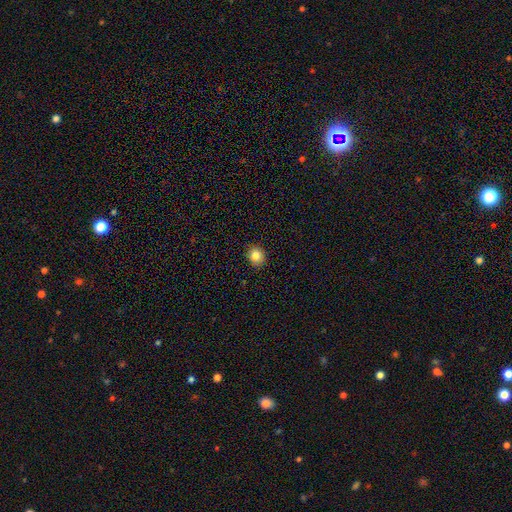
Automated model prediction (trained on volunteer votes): Q: Smooth or featured?
A: smooth (83%); runner-up: star or artifact (10%)
Q: How rounded?
A: round (75%); runner-up: in between (24%)
Q: Merging?
A: none (90%); runner-up: minor disturbance (7%)